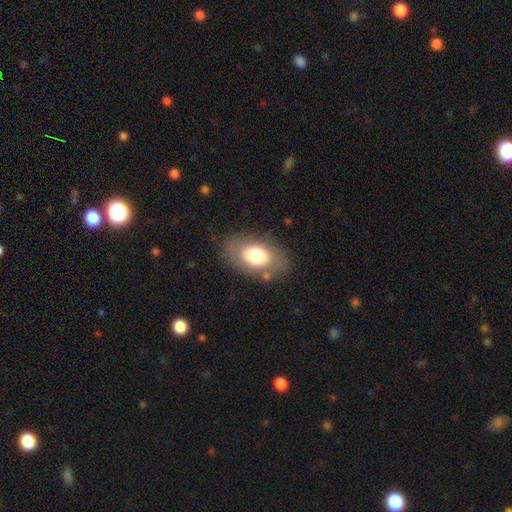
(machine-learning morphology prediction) The model was most divided on "smooth or featured": smooth: 70%, featured or disk: 22%, star or artifact: 8%. More confident: how rounded — in between (87%); merging — none (78%).